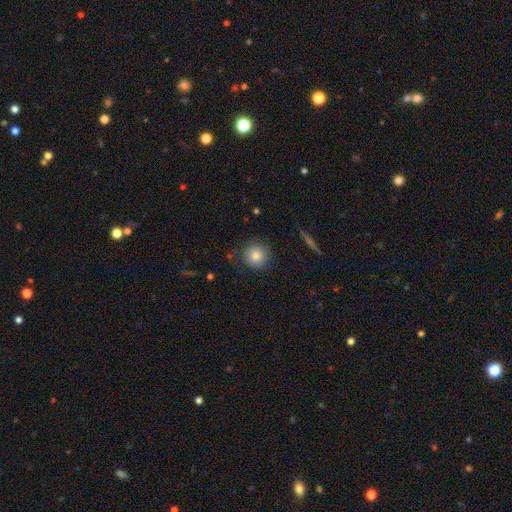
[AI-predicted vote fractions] smooth 81%, star or artifact 10%, featured or disk 9%. Down the decision tree: how rounded — round (95%); merging — none (86%).